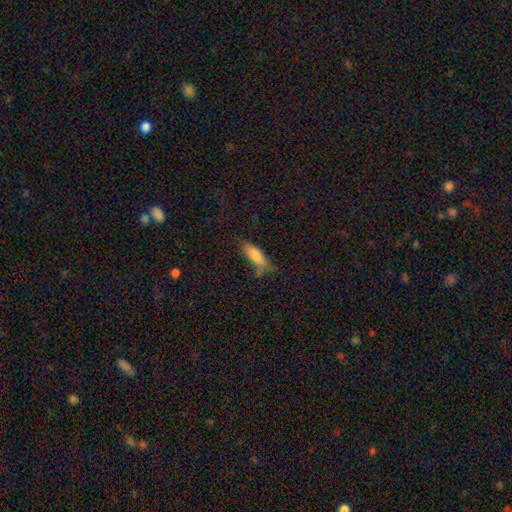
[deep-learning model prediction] Smooth or featured? smooth (81%)
How rounded? in between (50%)
Merging? none (58%)